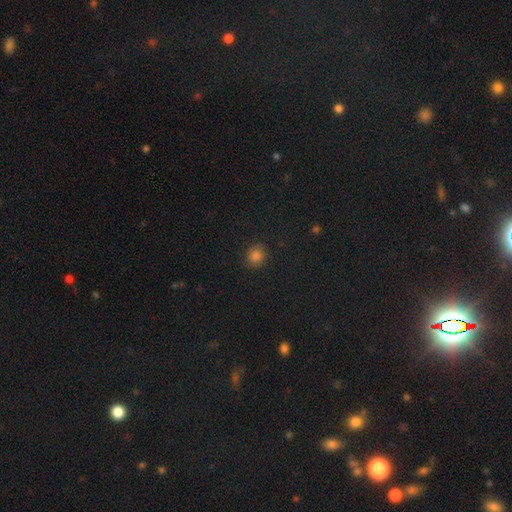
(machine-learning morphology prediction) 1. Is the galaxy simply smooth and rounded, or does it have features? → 82% smooth, 13% star or artifact, 4% featured or disk.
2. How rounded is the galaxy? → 81% round, 18% in between, 1% cigar-shaped.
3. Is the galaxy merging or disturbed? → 87% none, 10% minor disturbance, 3% major disturbance, 1% merger.